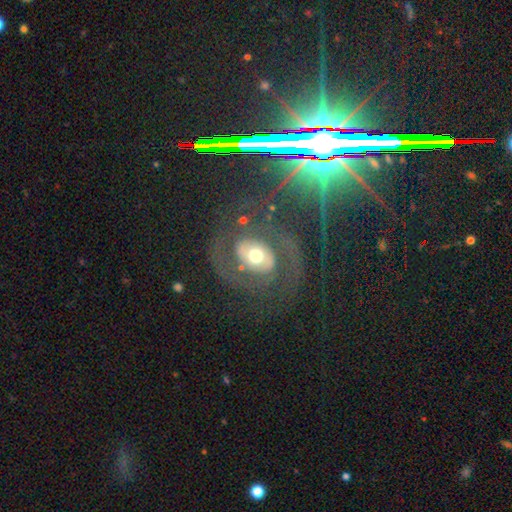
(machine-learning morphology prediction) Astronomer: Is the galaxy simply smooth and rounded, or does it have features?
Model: featured or disk — 75%.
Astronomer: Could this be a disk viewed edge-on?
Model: no — 96%.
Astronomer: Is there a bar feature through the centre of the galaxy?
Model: no — 64%.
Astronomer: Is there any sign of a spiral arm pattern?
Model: yes — 79%.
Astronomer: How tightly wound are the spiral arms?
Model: medium — 42% (runner-up: tight, 38%).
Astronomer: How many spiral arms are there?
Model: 2 — 68%.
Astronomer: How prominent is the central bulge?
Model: moderate — 65%.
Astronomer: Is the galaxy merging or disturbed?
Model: none — 65%.